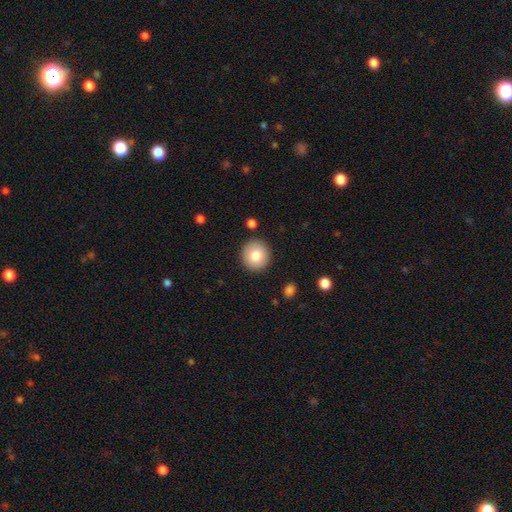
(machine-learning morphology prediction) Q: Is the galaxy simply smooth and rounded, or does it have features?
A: smooth — 80%.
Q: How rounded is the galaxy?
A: round — 91%.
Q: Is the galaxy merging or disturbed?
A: none — 90%.